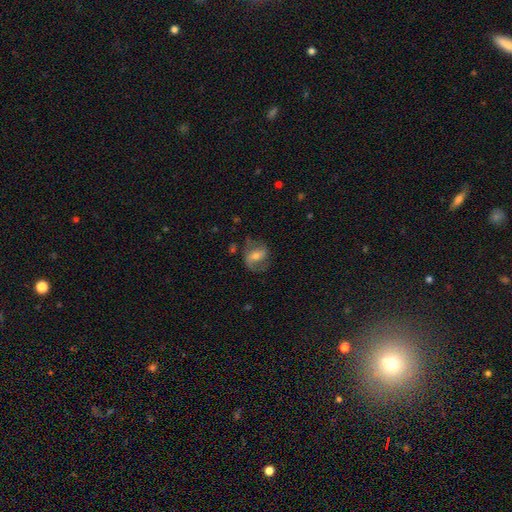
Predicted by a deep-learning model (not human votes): featured or disk 64%, smooth 29%, star or artifact 8%. Down the decision tree: edge-on disk — no (96%); bar — weak (38%); spiral arms — yes (83%); spiral arm count — 2 (80%); spiral winding — medium (45%); bulge size — moderate (58%); merging — none (65%).